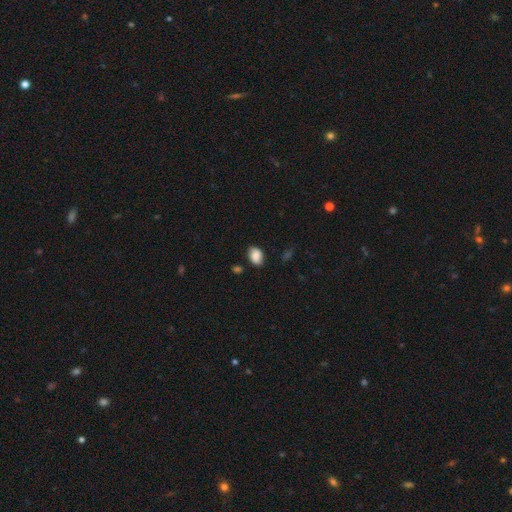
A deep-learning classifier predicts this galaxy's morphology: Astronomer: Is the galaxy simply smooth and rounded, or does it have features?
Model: smooth — 87%.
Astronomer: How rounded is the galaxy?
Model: in between — 82%.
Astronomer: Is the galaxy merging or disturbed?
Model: none — 81%.